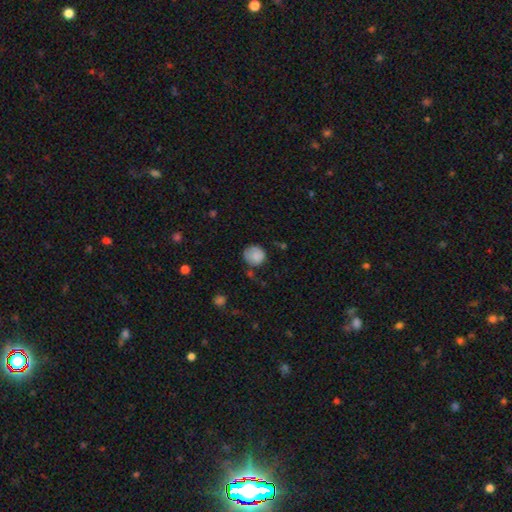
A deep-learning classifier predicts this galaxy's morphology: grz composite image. It shows a smooth galaxy with no disk features (84%) that is round (86%). Merging: none (63%).